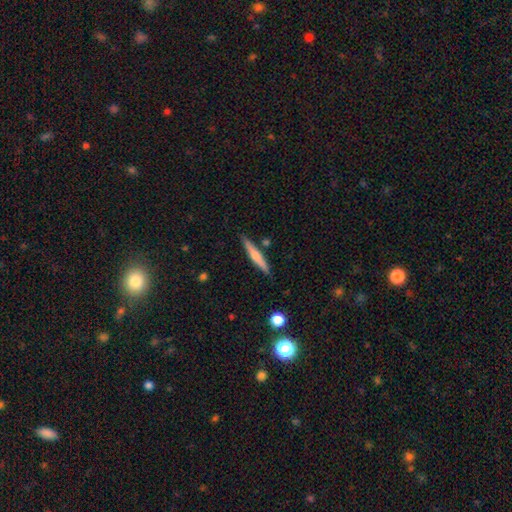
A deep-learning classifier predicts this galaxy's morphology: featured or disk 50%, smooth 44%, star or artifact 6%. Down the decision tree: edge-on disk — yes (96%); merging — none (86%).